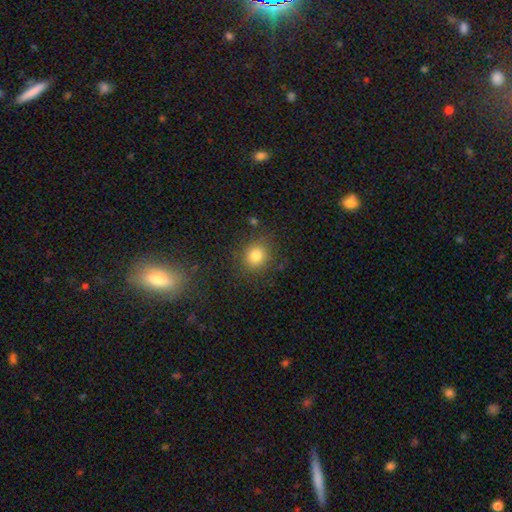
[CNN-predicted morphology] The model was most divided on "smooth or featured": smooth: 80%, star or artifact: 13%, featured or disk: 7%. More confident: how rounded — round (86%); merging — none (84%).